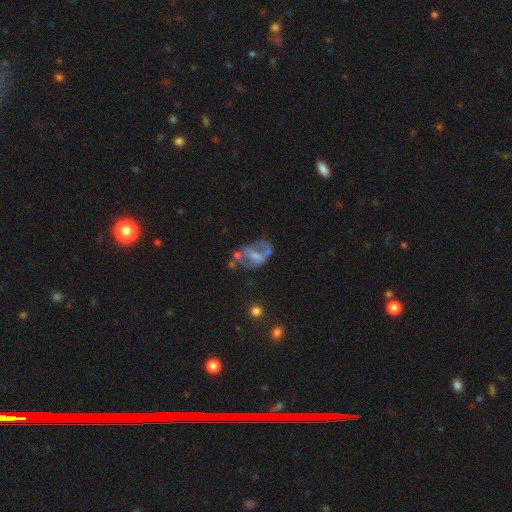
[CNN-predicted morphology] Overall: featured or disk (59%; smooth 32%). Edge-on disk: no (95%). Bar: no (43%; weak 37%). Spiral arms: no (68%; yes 32%). Bulge size: moderate (41%; small 35%). Merging: none (35%; major disturbance 26%).